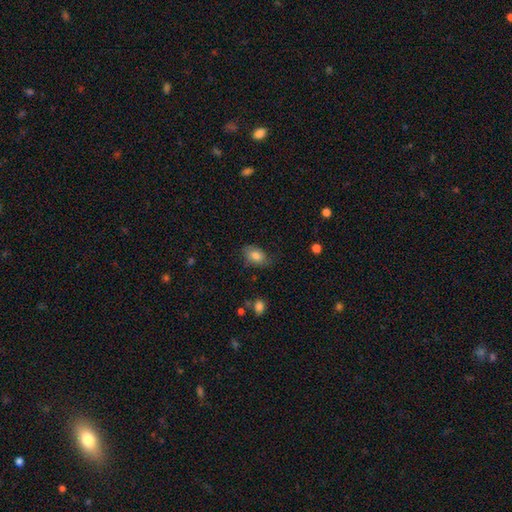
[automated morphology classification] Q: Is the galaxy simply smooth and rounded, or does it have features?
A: smooth — 81%.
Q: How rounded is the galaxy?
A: in between — 87%.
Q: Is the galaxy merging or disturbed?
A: none — 67%.